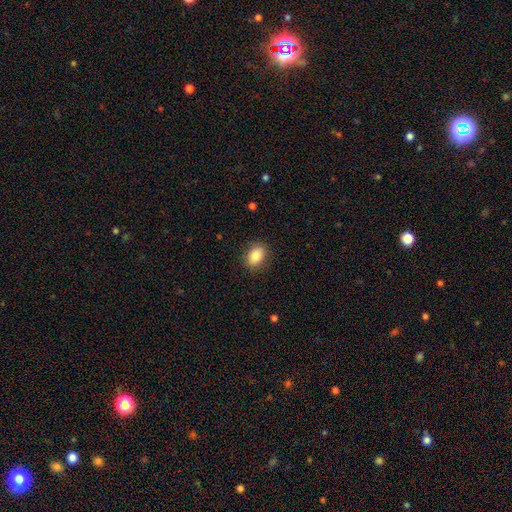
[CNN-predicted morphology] Overall: smooth (84%). How rounded: in between (73%). Merging: none (87%).